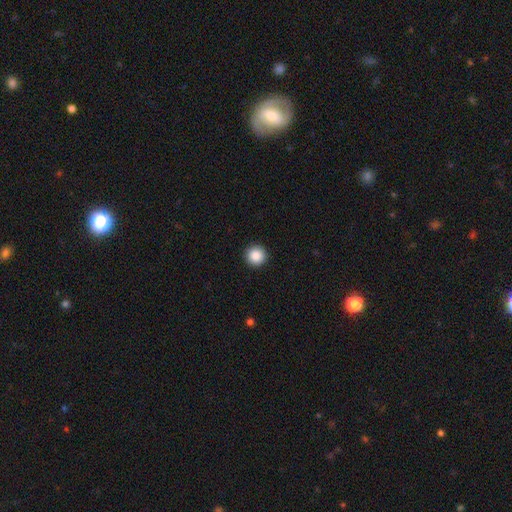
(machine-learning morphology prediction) smooth-or-featured: smooth: 88% | star or artifact: 9% | featured or disk: 3%
  how-rounded: round: 96% | in between: 3% | cigar-shaped: 1%
  merging: none: 93% | minor disturbance: 4% | major disturbance: 2% | merger: 1%